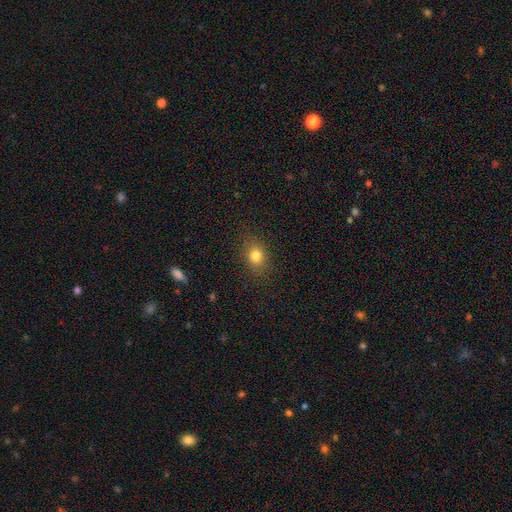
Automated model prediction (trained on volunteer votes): smooth-or-featured: smooth: 80% | star or artifact: 12% | featured or disk: 8%
  how-rounded: in between: 52% | round: 46% | cigar-shaped: 1%
  merging: none: 86% | minor disturbance: 10% | major disturbance: 3% | merger: 1%